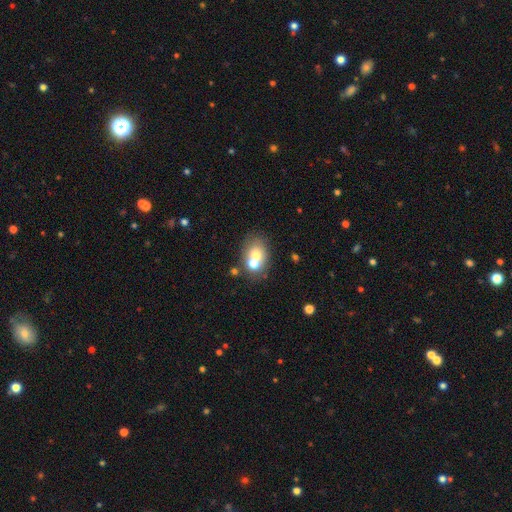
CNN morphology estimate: This appears to be a smooth galaxy with no disk features (65%) that is in between round and cigar-shaped (55%). Merging: merger (44%).